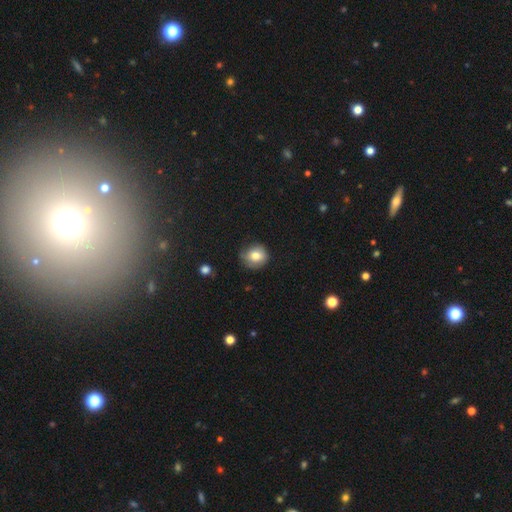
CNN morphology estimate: smooth_or_featured: smooth (p=0.79) [alt: featured or disk p=0.11]
how_rounded: round (p=0.88) [alt: in between p=0.11]
merging: none (p=0.75) [alt: minor disturbance p=0.19]